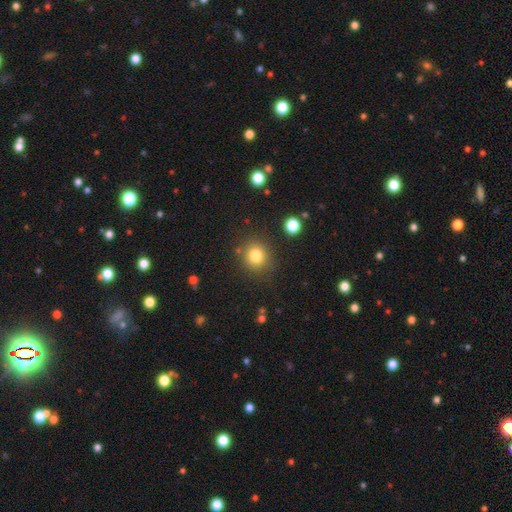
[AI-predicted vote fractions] smooth 80%, star or artifact 13%, featured or disk 7%. Down the decision tree: how rounded — round (86%); merging — none (83%).